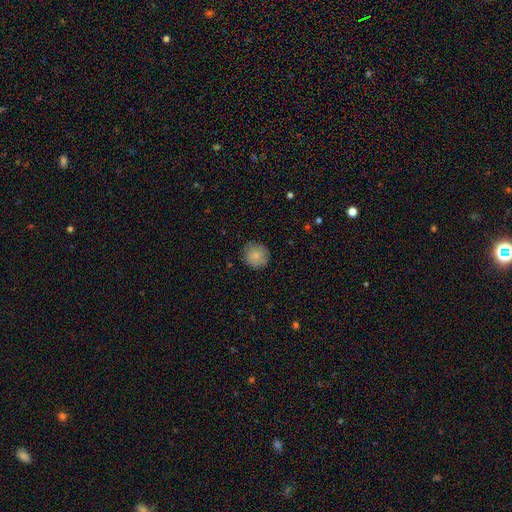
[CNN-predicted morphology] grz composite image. It shows a smooth galaxy with no disk features (83%) that is round (92%). Merging: none (83%).